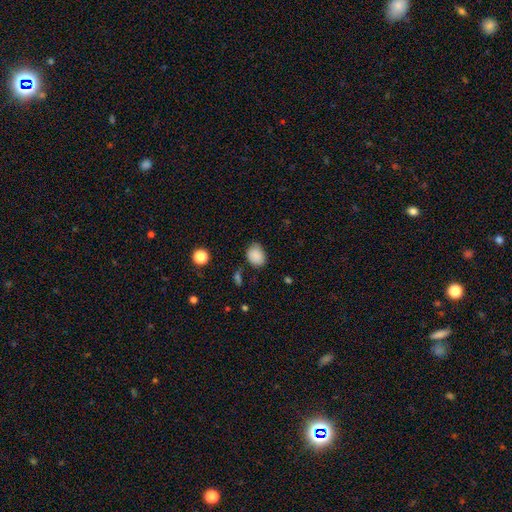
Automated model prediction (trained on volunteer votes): Overall: smooth (87%). How rounded: in between (56%; round 43%). Merging: none (72%).